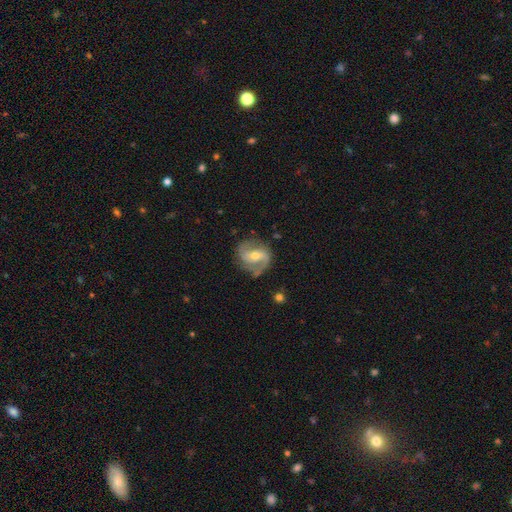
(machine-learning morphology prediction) The model was most divided on "bulge size": moderate: 52%, small: 44%, large: 2%, none: 1%, dominant: 1%. Remaining: edge-on disk — no (97%); spiral arms — yes (94%); spiral arm count — 2 (86%); smooth or featured — featured or disk (83%); merging — none (74%); spiral winding — medium (51%); bar — weak (43%).